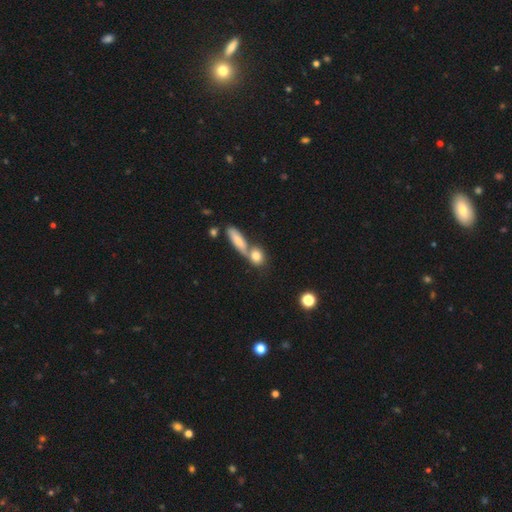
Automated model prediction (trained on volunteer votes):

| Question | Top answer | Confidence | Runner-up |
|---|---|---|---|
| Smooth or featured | smooth | 78% | featured or disk (13%) |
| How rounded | round | 49% | in between (37%) |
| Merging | none | 44% | merger (43%) |